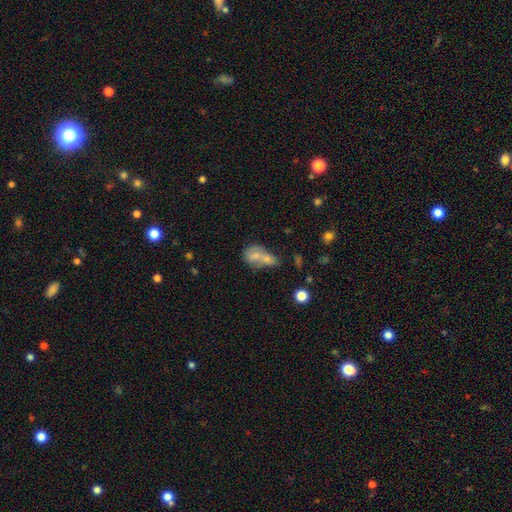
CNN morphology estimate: Q: Smooth or featured?
A: smooth (63%); runner-up: featured or disk (26%)
Q: How rounded?
A: in between (72%); runner-up: round (23%)
Q: Merging?
A: merger (59%); runner-up: none (21%)